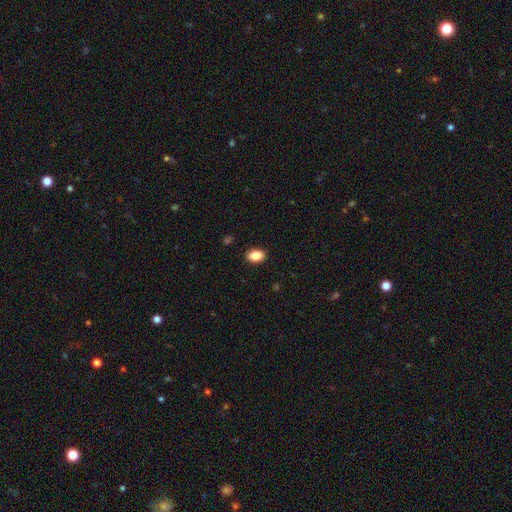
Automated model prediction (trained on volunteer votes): smooth-or-featured: smooth: 86% | star or artifact: 8% | featured or disk: 6%
  how-rounded: in between: 86% | round: 13% | cigar-shaped: 1%
  merging: none: 90% | minor disturbance: 7% | major disturbance: 2% | merger: 1%